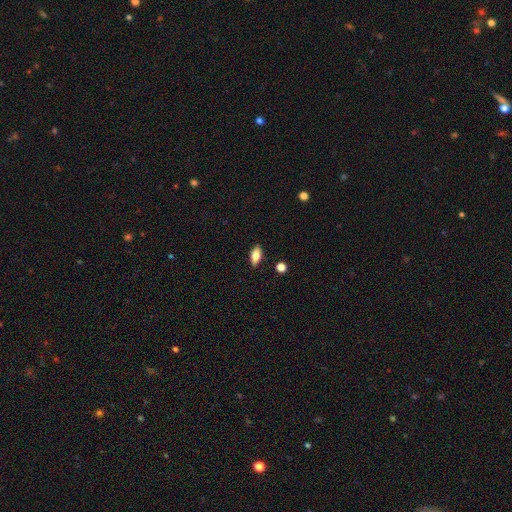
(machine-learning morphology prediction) smooth 67%, featured or disk 25%, star or artifact 8%. Down the decision tree: how rounded — in between (82%); merging — none (87%).